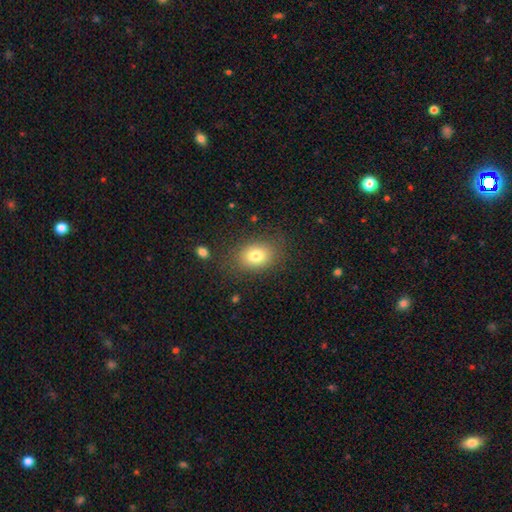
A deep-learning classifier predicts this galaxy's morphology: Smooth or featured? Predicted: smooth (p=0.79). How rounded? Predicted: in between (p=0.66). Merging? Predicted: none (p=0.80).